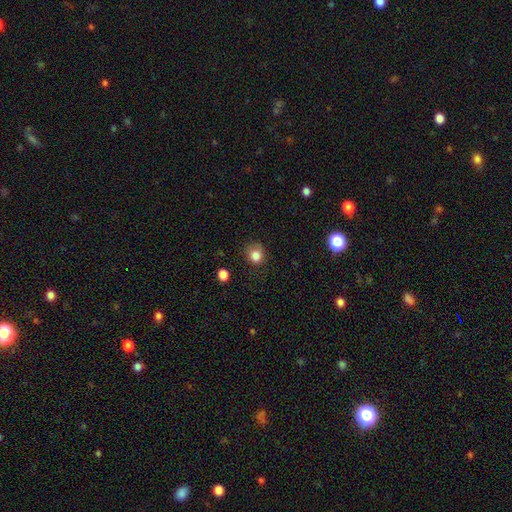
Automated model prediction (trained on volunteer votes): A smooth galaxy with no disk features (82%) that is round (80%). Merging: none (69%).